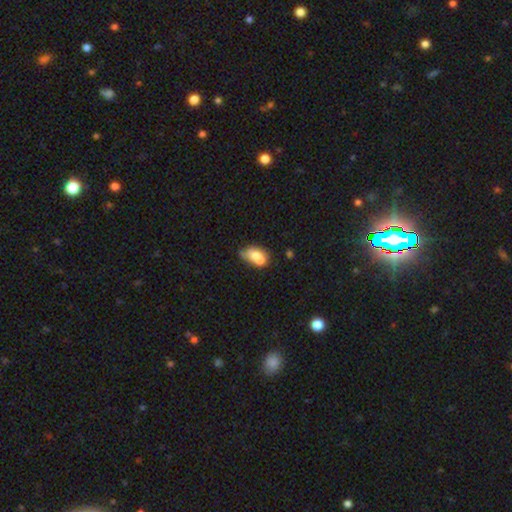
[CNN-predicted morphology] Overall: smooth (62%; featured or disk 29%). How rounded: in between (75%). Merging: merger (55%; none 26%).